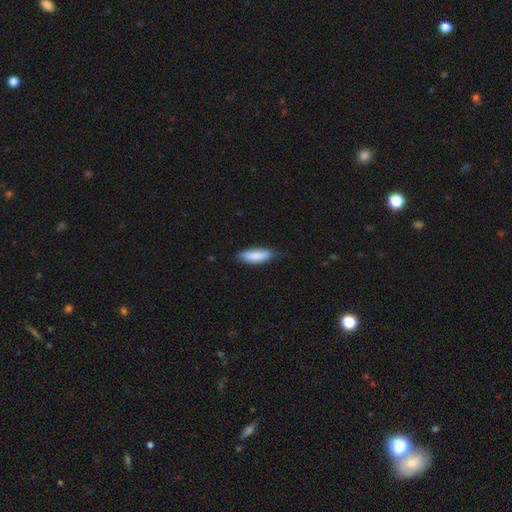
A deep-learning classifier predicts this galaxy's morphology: A smooth galaxy with no disk features (86%) that is in between round and cigar-shaped (50%). Merging: none (70%).